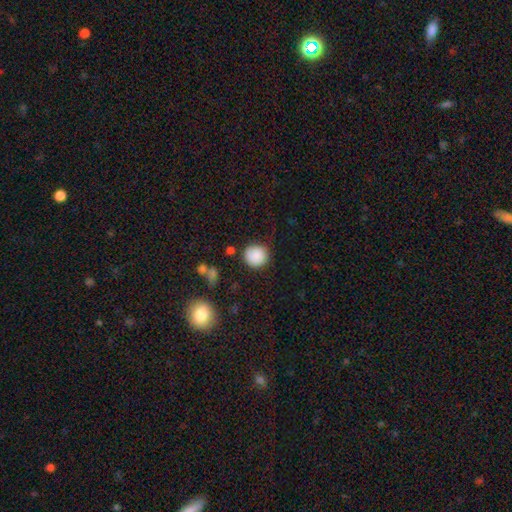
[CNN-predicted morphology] smooth 86%, star or artifact 9%, featured or disk 6%. Down the decision tree: how rounded — round (92%); merging — none (79%).